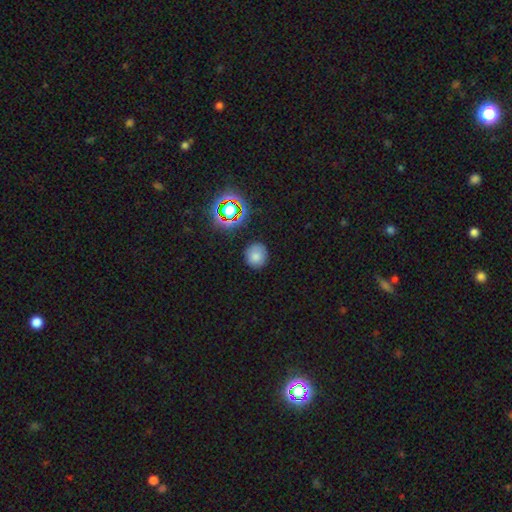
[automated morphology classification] A smooth galaxy with no disk features (77%) that is round (82%). Merging: none (85%).